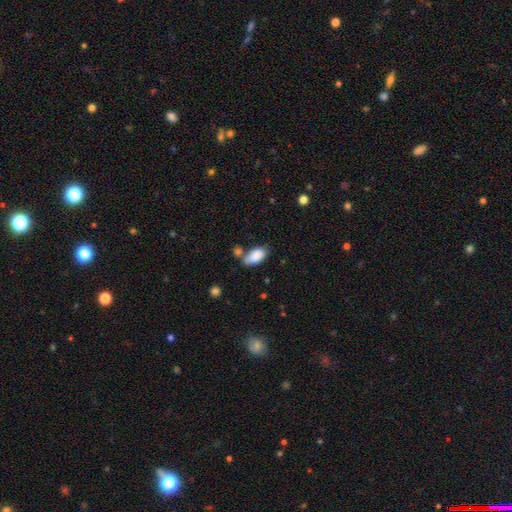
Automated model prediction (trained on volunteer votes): Q: Smooth or featured?
A: smooth (86%); runner-up: star or artifact (7%)
Q: How rounded?
A: in between (93%); runner-up: cigar-shaped (3%)
Q: Merging?
A: none (50%); runner-up: merger (23%)